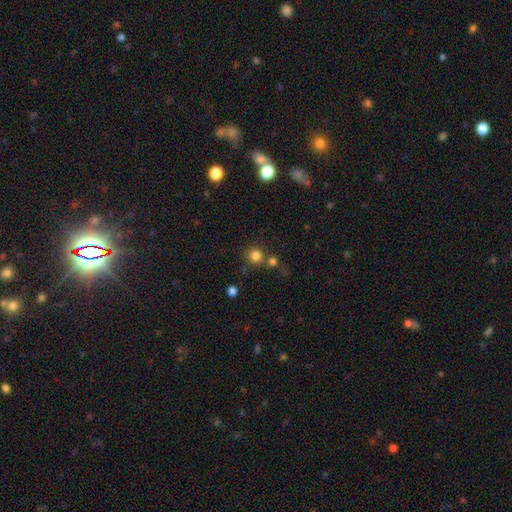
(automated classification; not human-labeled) Smooth or featured? Predicted: smooth (p=0.80). How rounded? Predicted: round (p=0.92). Merging? Predicted: none (p=0.68).